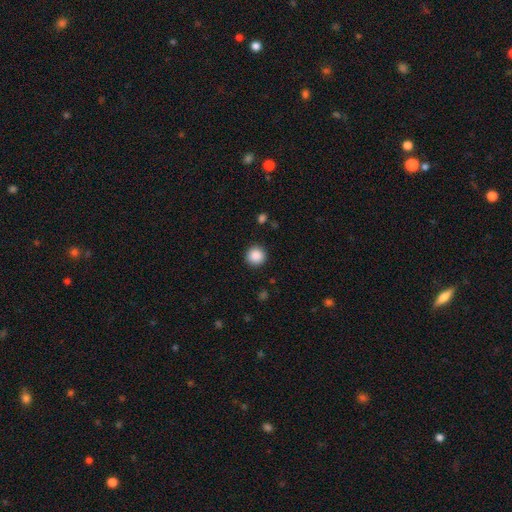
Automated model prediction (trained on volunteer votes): This is clearly a smooth galaxy (88%). How rounded: clearly round (94%). Merging: clearly none (91%).